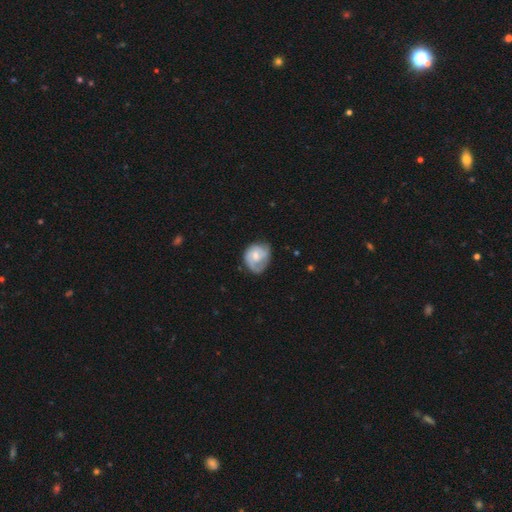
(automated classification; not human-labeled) Smooth or featured: smooth — 48% (featured or disk — 46%)
Merging: none — 48% (minor disturbance — 34%)